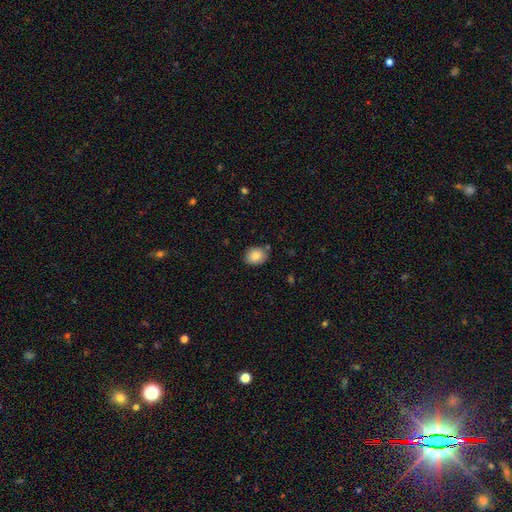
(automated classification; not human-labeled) A smooth galaxy with no disk features (85%) that is round (50%, tied with in between). Merging: none (81%).